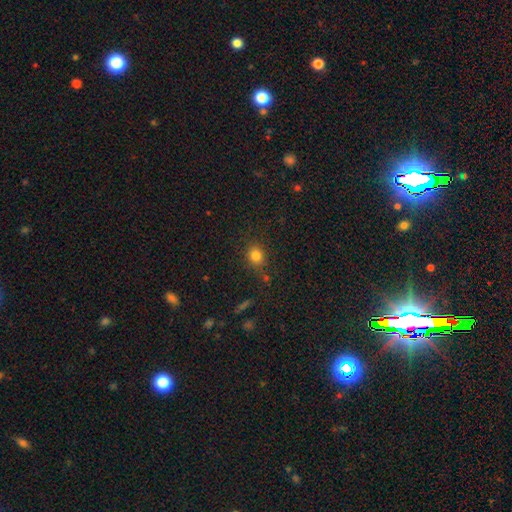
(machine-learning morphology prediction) Q: Smooth or featured?
A: smooth (81%); runner-up: star or artifact (13%)
Q: How rounded?
A: round (73%); runner-up: in between (26%)
Q: Merging?
A: none (80%); runner-up: minor disturbance (12%)